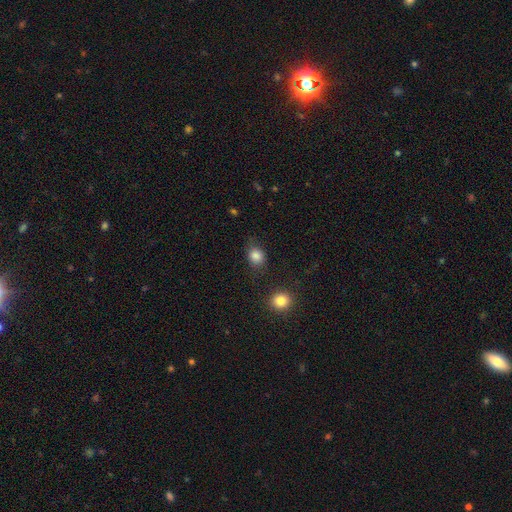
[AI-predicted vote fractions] A smooth galaxy with no disk features (84%) that is round (62%).

Vote fractions:
- Smooth or featured? smooth: 84% / star or artifact: 11% / featured or disk: 5%
- How rounded? round: 62% / in between: 37% / cigar-shaped: 1%
- Merging? none: 71% / minor disturbance: 19% / major disturbance: 6% / merger: 3%